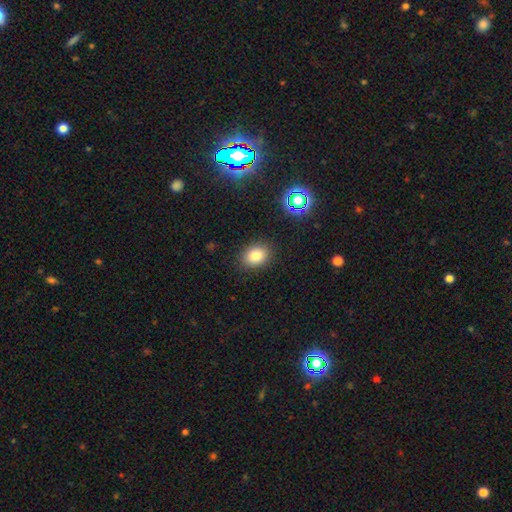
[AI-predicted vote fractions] This is clearly a smooth galaxy (81%). How rounded: likely in between (60%). Merging: clearly none (87%).